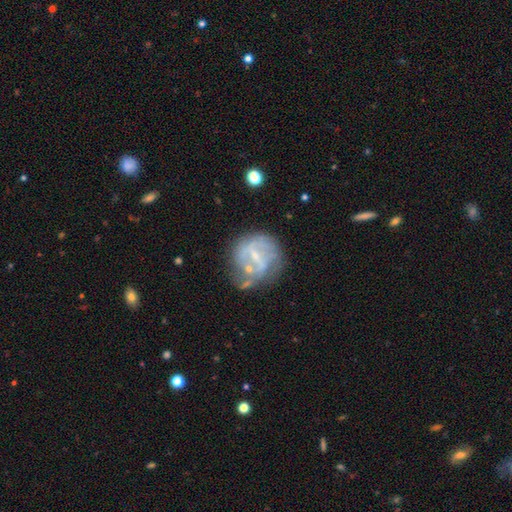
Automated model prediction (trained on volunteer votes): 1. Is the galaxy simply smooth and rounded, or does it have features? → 66% featured or disk, 25% smooth, 9% star or artifact.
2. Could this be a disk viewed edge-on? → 97% no, 3% yes.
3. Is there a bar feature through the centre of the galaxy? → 49% weak, 28% no, 22% strong.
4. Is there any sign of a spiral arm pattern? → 55% yes, 45% no.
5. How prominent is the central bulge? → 59% small, 21% moderate, 18% none, 2% large, 1% dominant.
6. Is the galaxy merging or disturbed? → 47% none, 24% minor disturbance, 19% major disturbance, 10% merger.